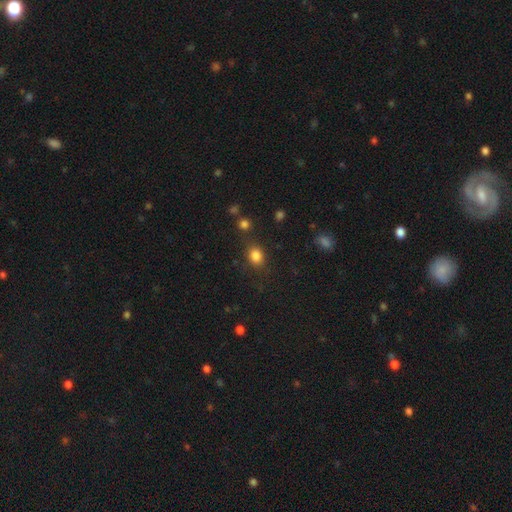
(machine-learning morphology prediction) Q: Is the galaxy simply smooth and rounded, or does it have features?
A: smooth — 83%.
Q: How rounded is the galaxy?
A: in between — 51%.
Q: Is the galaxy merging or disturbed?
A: none — 78%.